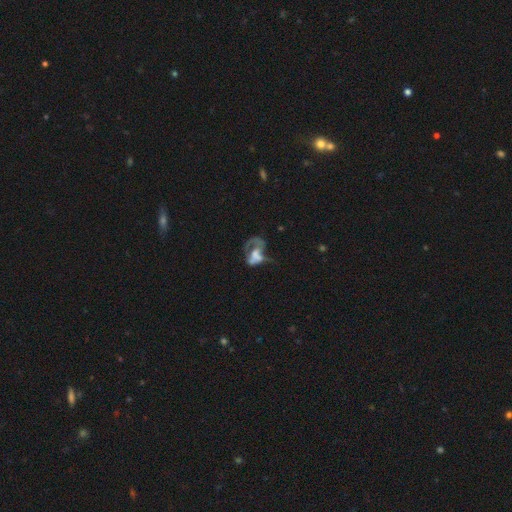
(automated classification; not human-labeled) featured or disk 57%, smooth 31%, star or artifact 12%. Down the decision tree: edge-on disk — no (97%); bar — no (78%); spiral arms — no (62%); bulge size — none (35%); merging — major disturbance (50%).